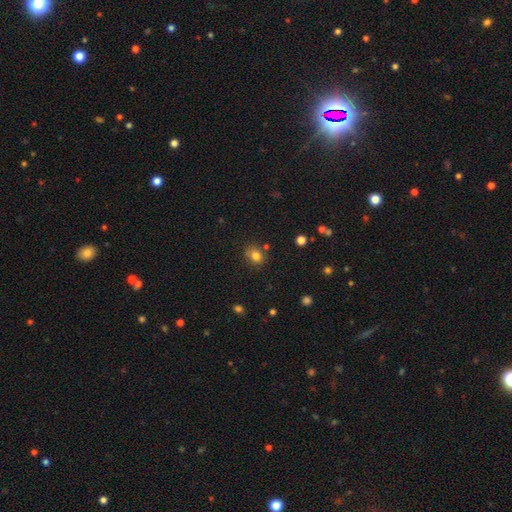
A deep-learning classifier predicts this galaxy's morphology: The model was most divided on "how rounded": round: 61%, in between: 38%, cigar-shaped: 1%. More confident: smooth or featured — smooth (79%); merging — none (74%).